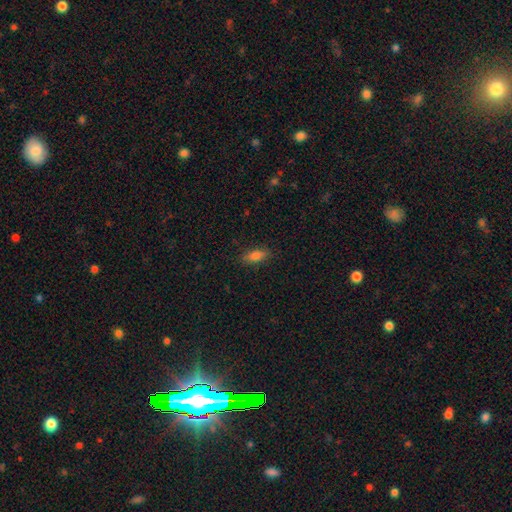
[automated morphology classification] Smooth or featured? Predicted: smooth (p=0.81). How rounded? Predicted: in between (p=0.77). Merging? Predicted: none (p=0.85).